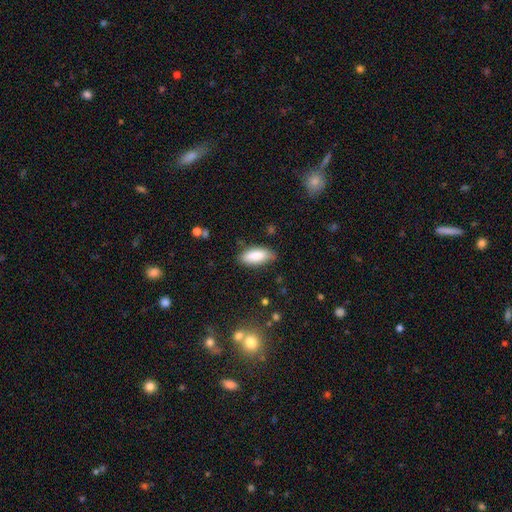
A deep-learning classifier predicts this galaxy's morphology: This appears to be a smooth galaxy with no disk features (87%) that is in between round and cigar-shaped (84%). Merging: none (80%).